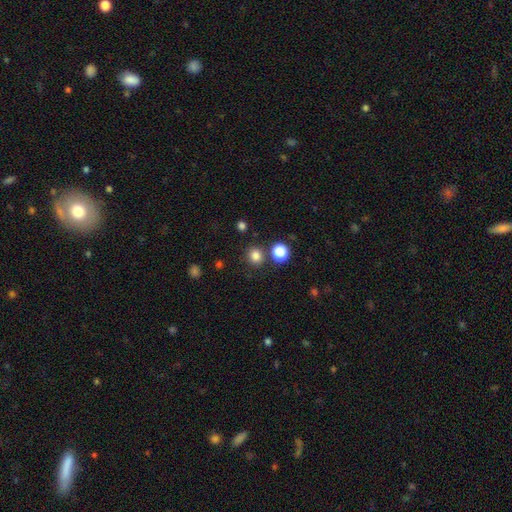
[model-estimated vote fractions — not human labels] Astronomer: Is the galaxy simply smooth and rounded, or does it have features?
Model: smooth — 81%.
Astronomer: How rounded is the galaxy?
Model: round — 79%.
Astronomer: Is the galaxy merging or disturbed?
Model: none — 80%.